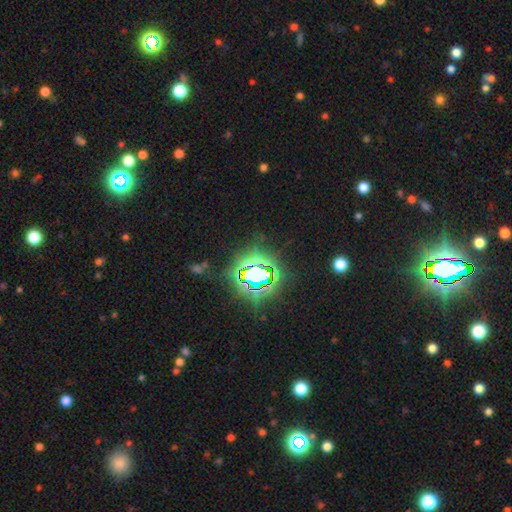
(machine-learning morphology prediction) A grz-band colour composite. It shows a star or artifact, not a galaxy (80%).